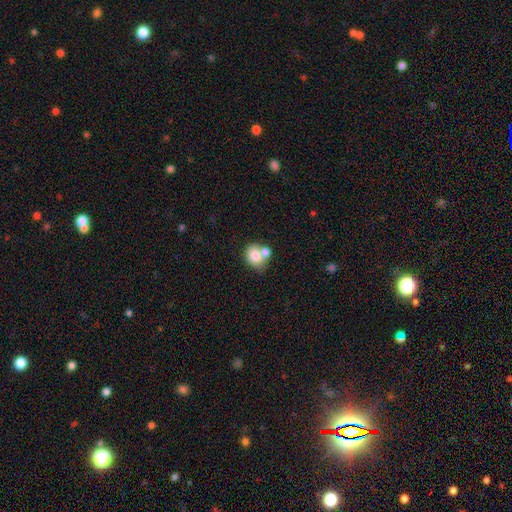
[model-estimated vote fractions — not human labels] Smooth or featured? Predicted: smooth (p=0.76). How rounded? Predicted: round (p=0.58). Merging? Predicted: merger (p=0.47).